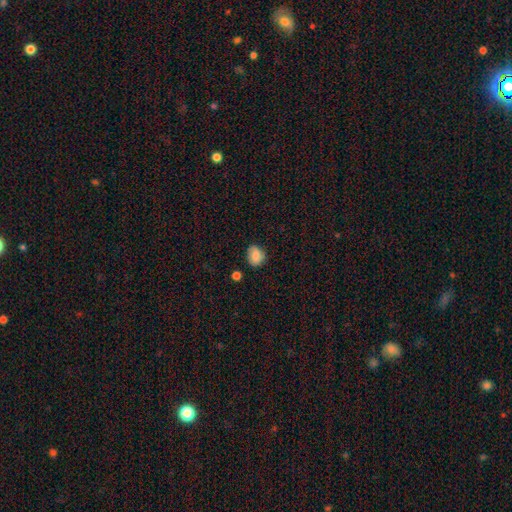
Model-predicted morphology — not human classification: A smooth galaxy with no disk features (78%) that is round (58%). Merging: none (74%).